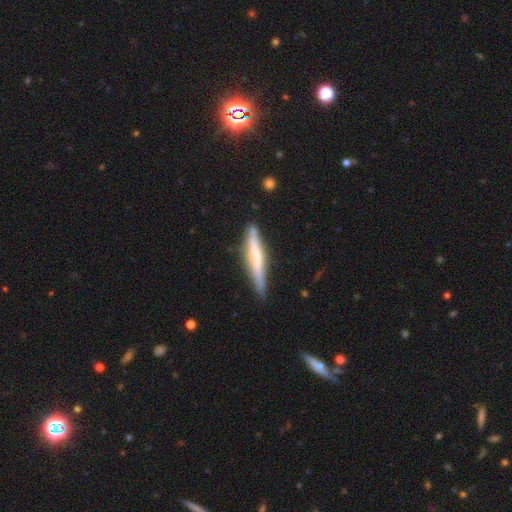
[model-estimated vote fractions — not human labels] The model was most divided on "smooth or featured": featured or disk: 51%, smooth: 43%, star or artifact: 6%. More confident: edge-on disk — yes (93%); merging — none (79%).